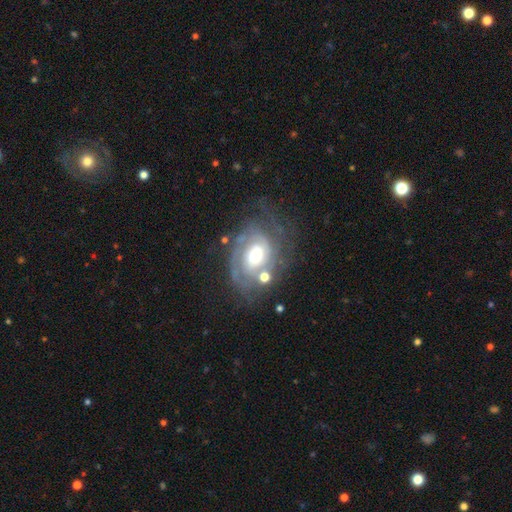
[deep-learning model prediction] Overall: featured or disk (82%). Edge-on disk: no (96%). Bar: no (62%; weak 29%). Spiral arms: yes (92%). Spiral arm count: can't tell (36%; 2 33%). Spiral winding: tight (65%; medium 28%). Bulge size: moderate (56%; large 20%). Merging: none (59%; minor disturbance 21%).